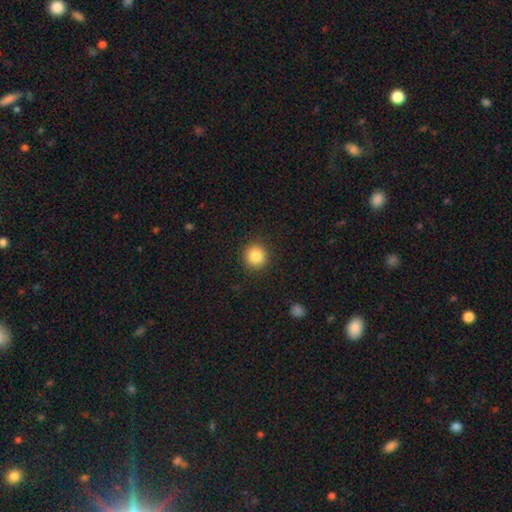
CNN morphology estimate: The model was most divided on "smooth or featured": smooth: 85%, star or artifact: 10%, featured or disk: 5%. More confident: how rounded — round (92%); merging — none (91%).